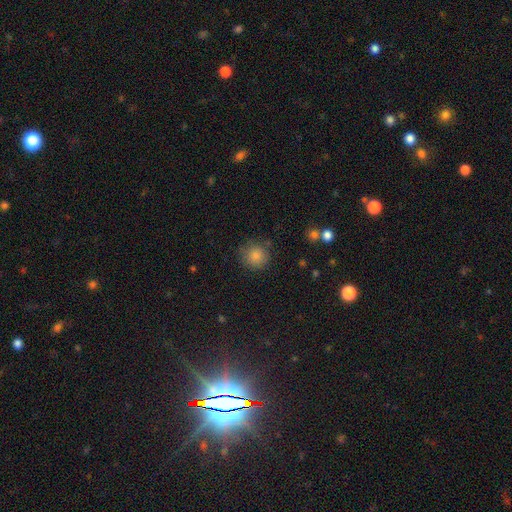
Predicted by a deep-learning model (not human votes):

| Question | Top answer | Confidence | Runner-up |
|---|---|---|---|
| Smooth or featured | smooth | 85% | star or artifact (10%) |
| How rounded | round | 91% | in between (8%) |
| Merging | none | 80% | minor disturbance (14%) |